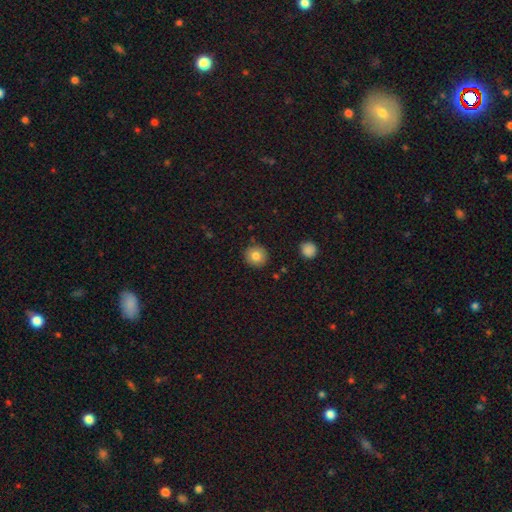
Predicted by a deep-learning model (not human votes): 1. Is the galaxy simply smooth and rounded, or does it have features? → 82% smooth, 9% star or artifact, 9% featured or disk.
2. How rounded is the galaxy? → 92% round, 7% in between, 1% cigar-shaped.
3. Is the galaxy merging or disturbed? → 89% none, 7% minor disturbance, 2% major disturbance, 2% merger.